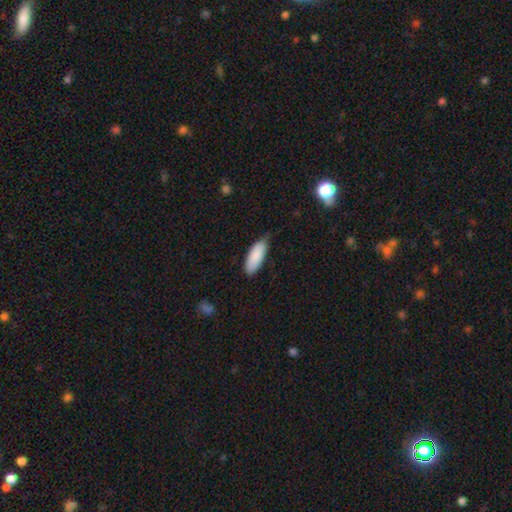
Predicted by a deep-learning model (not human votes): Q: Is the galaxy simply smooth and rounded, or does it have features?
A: smooth — 88%.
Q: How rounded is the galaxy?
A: in between — 75%.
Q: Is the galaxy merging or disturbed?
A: none — 64%.